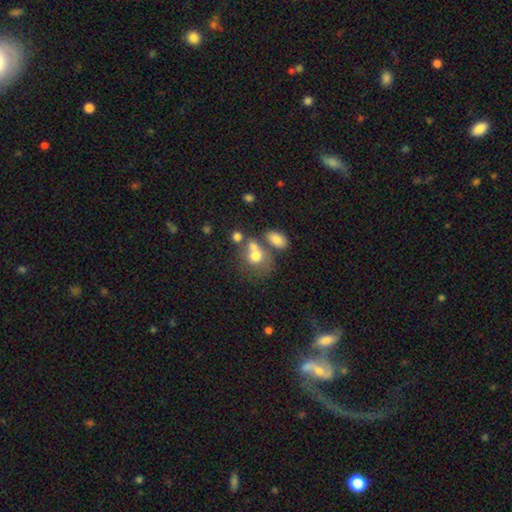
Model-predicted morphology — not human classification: Smooth or featured? smooth (70%)
How rounded? round (52%)
Merging? merger (42%)